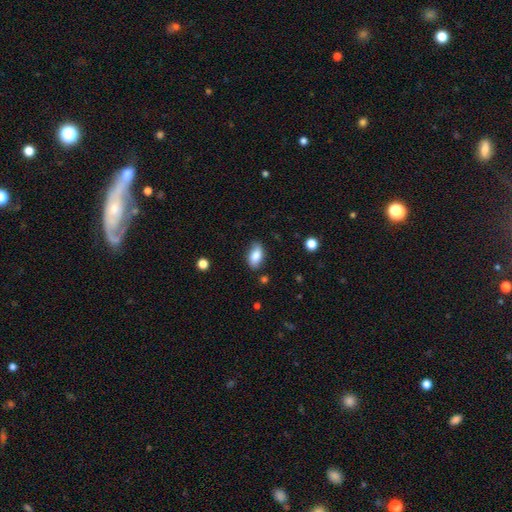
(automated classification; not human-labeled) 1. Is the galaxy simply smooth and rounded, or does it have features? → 83% smooth, 10% featured or disk, 7% star or artifact.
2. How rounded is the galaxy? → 91% in between, 6% round, 3% cigar-shaped.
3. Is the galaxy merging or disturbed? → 80% none, 15% minor disturbance, 3% major disturbance, 2% merger.